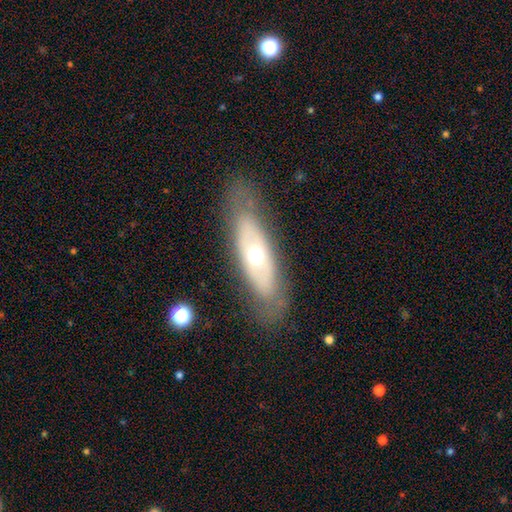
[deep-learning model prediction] Smooth or featured: featured or disk — 57% (smooth — 37%)
Edge-on disk: no — 72% (yes — 28%)
Merging: none — 78% (minor disturbance — 14%)